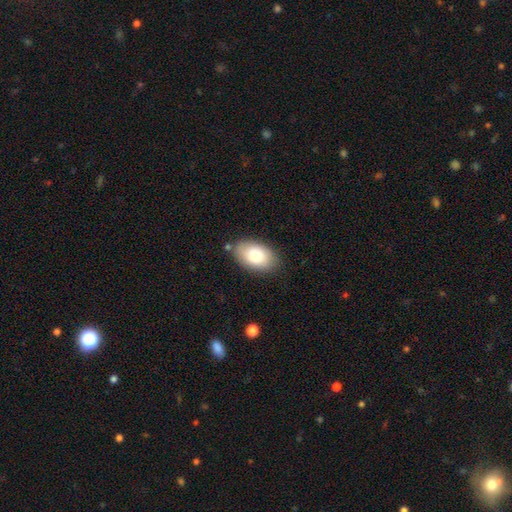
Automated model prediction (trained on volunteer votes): smooth-or-featured: smooth: 83% | featured or disk: 11% | star or artifact: 6%
  how-rounded: in between: 92% | round: 7% | cigar-shaped: 1%
  merging: none: 80% | minor disturbance: 14% | major disturbance: 3% | merger: 3%